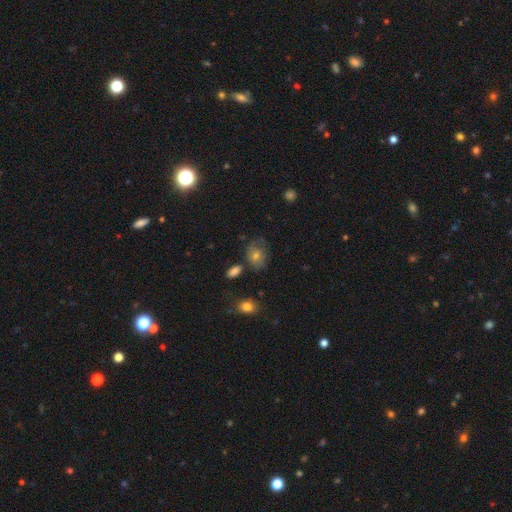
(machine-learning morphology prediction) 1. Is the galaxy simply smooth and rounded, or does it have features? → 47% smooth, 38% featured or disk, 16% star or artifact.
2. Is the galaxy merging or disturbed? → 57% none, 25% minor disturbance, 14% major disturbance, 4% merger.